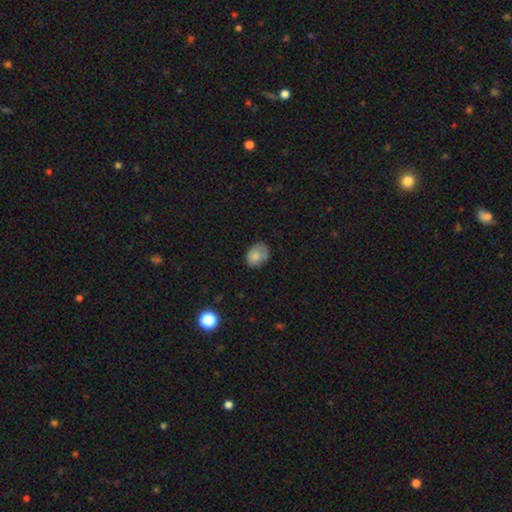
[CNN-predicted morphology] smooth_or_featured: smooth (p=0.77) [alt: featured or disk p=0.14]
how_rounded: in between (p=0.65) [alt: round p=0.34]
merging: none (p=0.58) [alt: minor disturbance p=0.30]